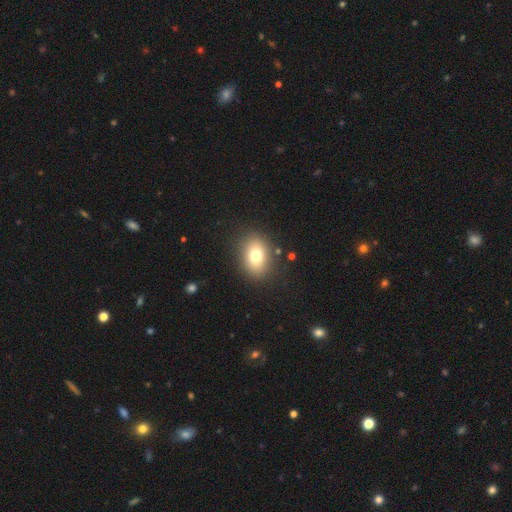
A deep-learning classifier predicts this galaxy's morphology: smooth_or_featured: smooth (p=0.75) [alt: featured or disk p=0.14]
how_rounded: in between (p=0.66) [alt: round p=0.33]
merging: none (p=0.86) [alt: minor disturbance p=0.09]